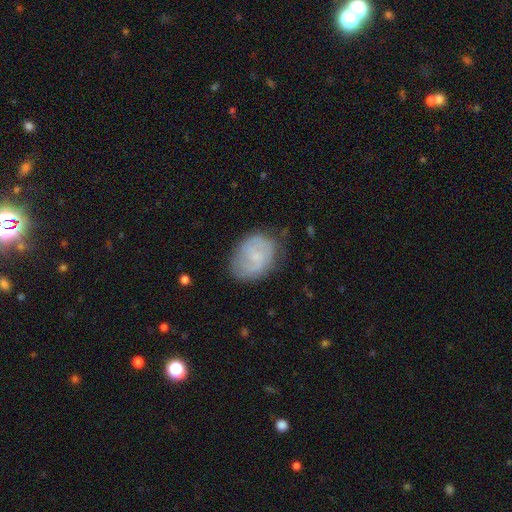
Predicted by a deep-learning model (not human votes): smooth_or_featured: featured or disk (p=0.61) [alt: smooth p=0.32]
disk_edge_on: no (p=0.98) [alt: yes p=0.02]
bar: no (p=0.47) [alt: weak p=0.46]
has_spiral_arms: yes (p=0.87) [alt: no p=0.13]
spiral_winding: medium (p=0.44) [alt: tight p=0.38]
spiral_arm_count: 2 (p=0.66) [alt: can't tell p=0.21]
bulge_size: small (p=0.61) [alt: none p=0.19]
merging: none (p=0.73) [alt: minor disturbance p=0.19]